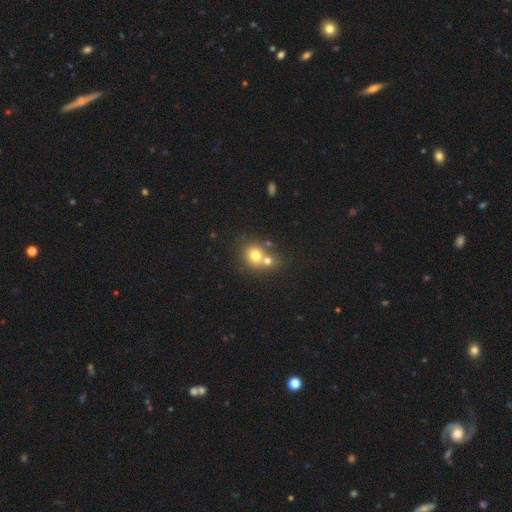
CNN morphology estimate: smooth 72%, featured or disk 15%, star or artifact 13%. Down the decision tree: how rounded — round (73%); merging — merger (50%).